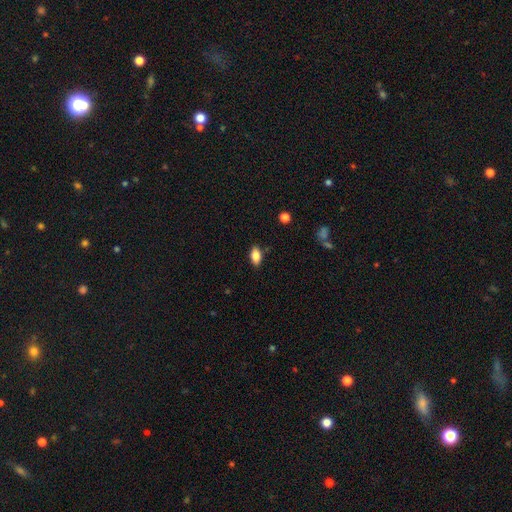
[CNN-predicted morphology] smooth_or_featured: smooth (p=0.86) [alt: star or artifact p=0.08]
how_rounded: in between (p=0.90) [alt: round p=0.05]
merging: none (p=0.85) [alt: minor disturbance p=0.12]